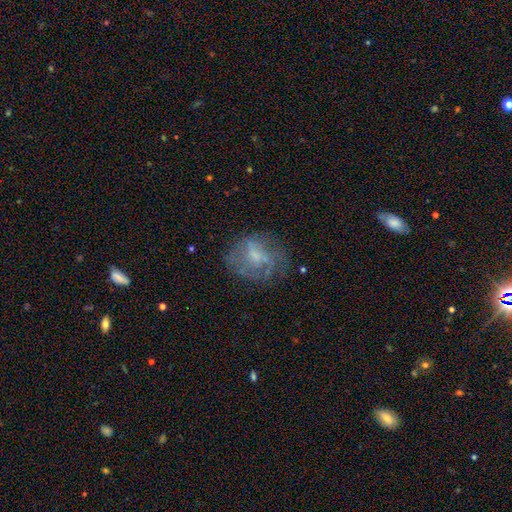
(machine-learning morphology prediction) smooth_or_featured: featured or disk (p=0.56) [alt: smooth p=0.32]
disk_edge_on: no (p=0.97) [alt: yes p=0.03]
bar: no (p=0.54) [alt: weak p=0.38]
has_spiral_arms: yes (p=0.54) [alt: no p=0.46]
bulge_size: small (p=0.39) [alt: moderate p=0.32]
merging: none (p=0.55) [alt: minor disturbance p=0.22]